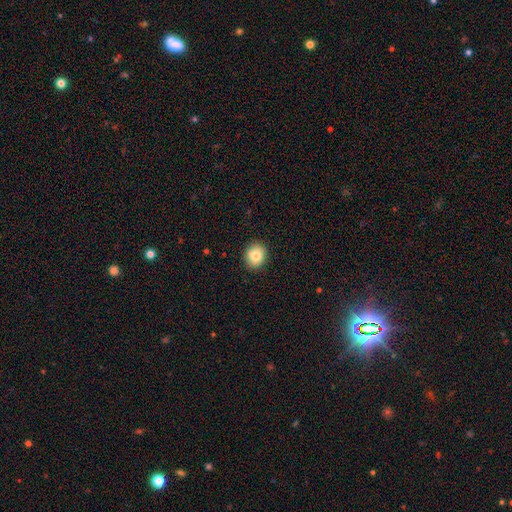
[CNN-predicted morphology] A smooth galaxy with no disk features (81%) that is round (74%). Merging: none (89%).